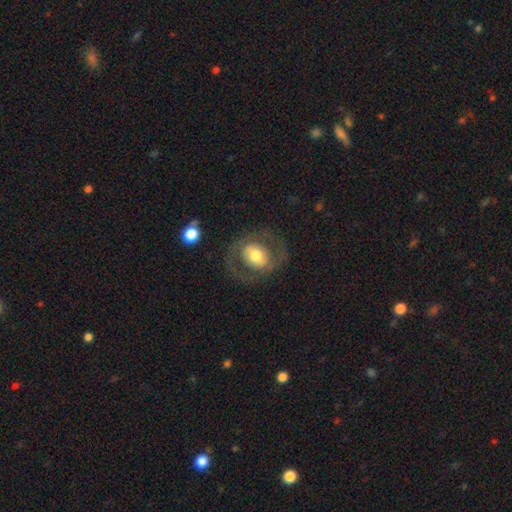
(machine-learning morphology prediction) This appears to be a featured or disk galaxy (57%) with no bar (56%), spiral arms (54%) and a moderate central bulge (60%). Merging: none (74%).